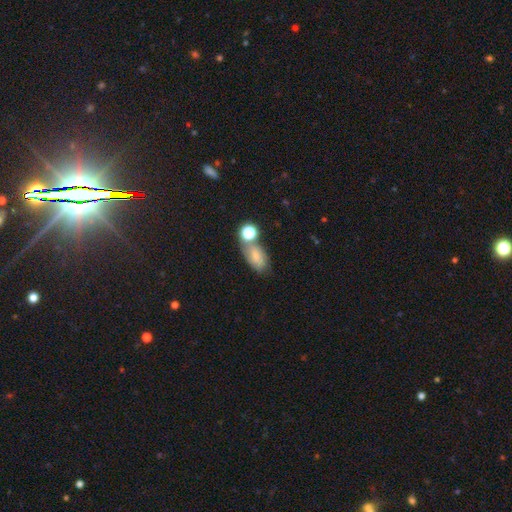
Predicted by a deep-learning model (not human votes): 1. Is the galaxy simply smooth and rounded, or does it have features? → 71% smooth, 16% featured or disk, 13% star or artifact.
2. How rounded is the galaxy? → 84% in between, 12% round, 4% cigar-shaped.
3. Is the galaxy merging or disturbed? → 47% none, 27% merger, 18% minor disturbance, 8% major disturbance.